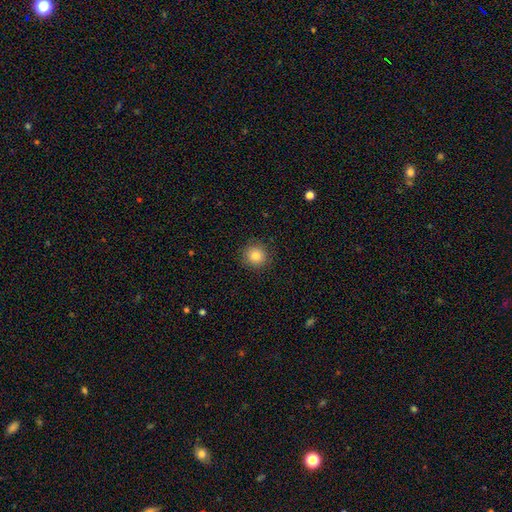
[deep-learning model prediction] Smooth or featured? Predicted: smooth (p=0.83). How rounded? Predicted: round (p=0.93). Merging? Predicted: none (p=0.90).